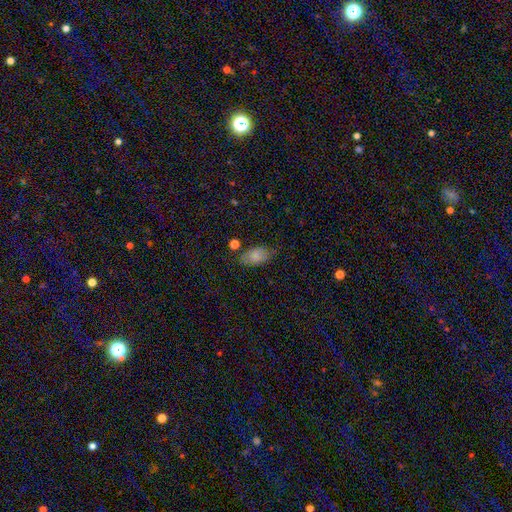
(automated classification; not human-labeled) Morphology: type=smooth (83%); roundness=in between (92%); merging=none (68%).